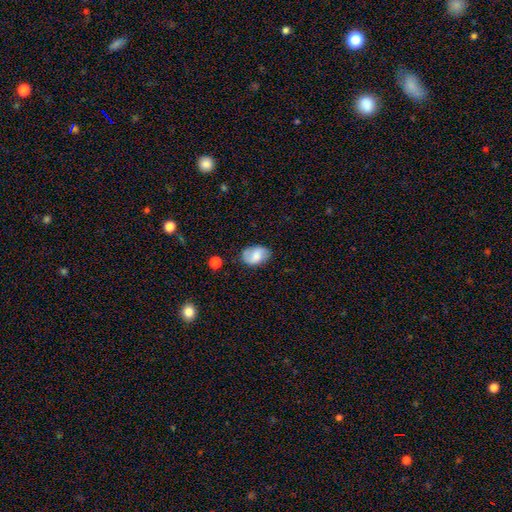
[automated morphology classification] smooth-or-featured: smooth: 63% | featured or disk: 29% | star or artifact: 8%
  how-rounded: in between: 84% | round: 14% | cigar-shaped: 1%
  merging: none: 73% | minor disturbance: 20% | major disturbance: 5% | merger: 2%